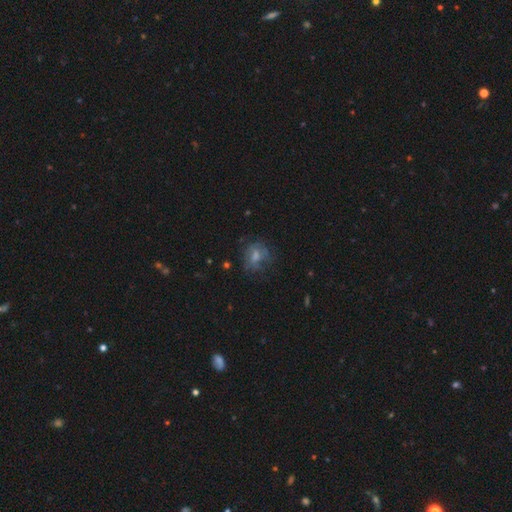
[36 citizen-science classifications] This appears to be a smooth galaxy with no disk features (72%) that is in between round and cigar-shaped (58%). Merging: none (49%).